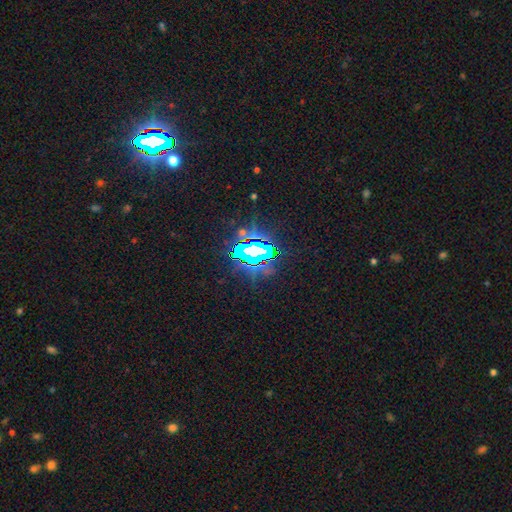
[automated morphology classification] Smooth or featured?
  - star or artifact: 75% *
  - featured or disk: 13%
  - smooth: 13%